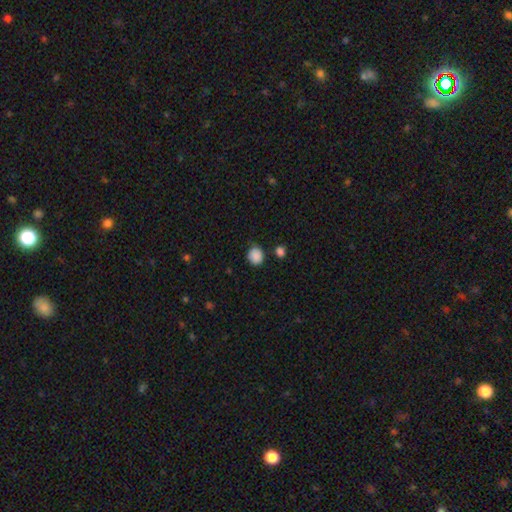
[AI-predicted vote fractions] Smooth or featured? Predicted: smooth (p=0.88). How rounded? Predicted: round (p=0.79). Merging? Predicted: none (p=0.79).